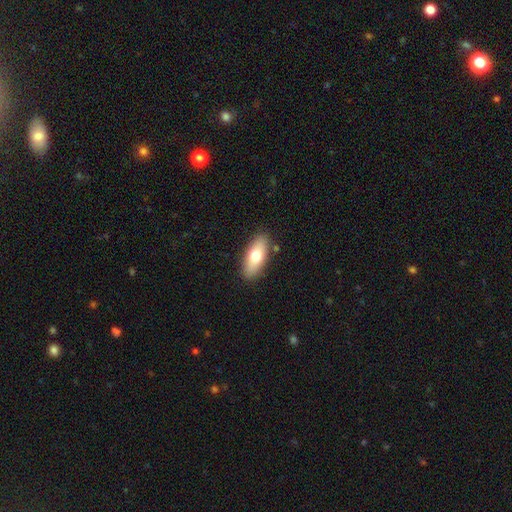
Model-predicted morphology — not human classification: Overall: smooth (71%). How rounded: in between (79%). Merging: none (85%).